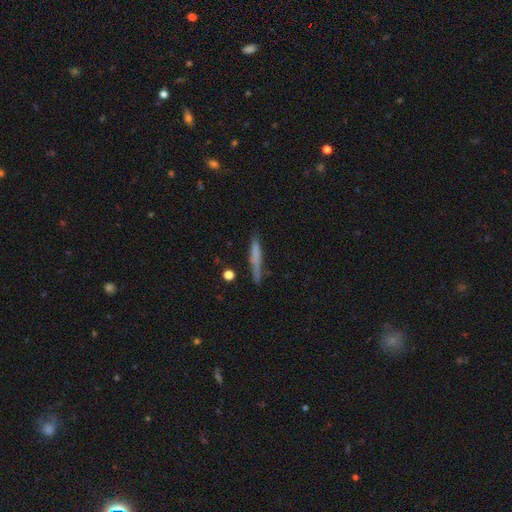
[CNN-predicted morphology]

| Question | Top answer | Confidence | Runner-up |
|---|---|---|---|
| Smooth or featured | smooth | 63% | featured or disk (30%) |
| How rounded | cigar-shaped | 94% | in between (4%) |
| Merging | none | 77% | minor disturbance (16%) |